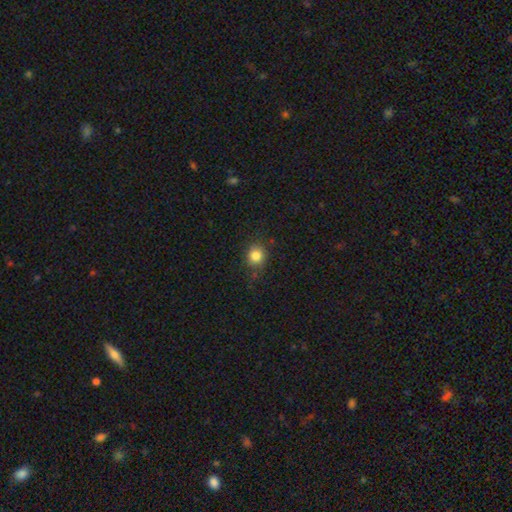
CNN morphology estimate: smooth 84%, star or artifact 11%, featured or disk 5%. Down the decision tree: how rounded — round (81%); merging — none (81%).